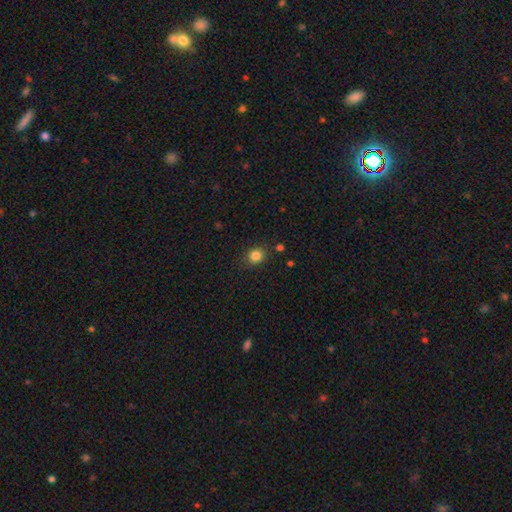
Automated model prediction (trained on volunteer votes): The model was most divided on "how rounded": round: 75%, in between: 24%, cigar-shaped: 1%. More confident: merging — none (84%); smooth or featured — smooth (84%).